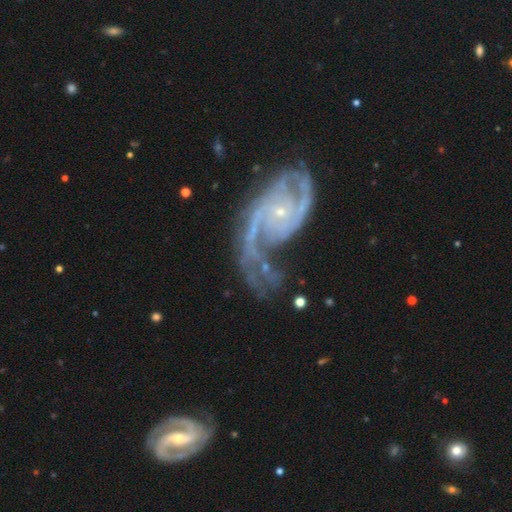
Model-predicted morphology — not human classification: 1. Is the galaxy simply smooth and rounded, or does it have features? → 88% featured or disk, 7% star or artifact, 5% smooth.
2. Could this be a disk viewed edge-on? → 97% no, 3% yes.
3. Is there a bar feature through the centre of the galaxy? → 65% no, 25% weak, 9% strong.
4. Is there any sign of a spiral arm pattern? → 96% yes, 4% no.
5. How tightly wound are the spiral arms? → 44% medium, 34% tight, 23% loose.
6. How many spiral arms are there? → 53% 2, 14% can't tell, 13% 3, 10% 1, 6% 4, 5% more than 4.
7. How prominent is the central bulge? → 83% small, 13% moderate, 2% none, 1% large, 1% dominant.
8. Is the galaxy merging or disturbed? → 36% none, 32% major disturbance, 22% minor disturbance, 9% merger.